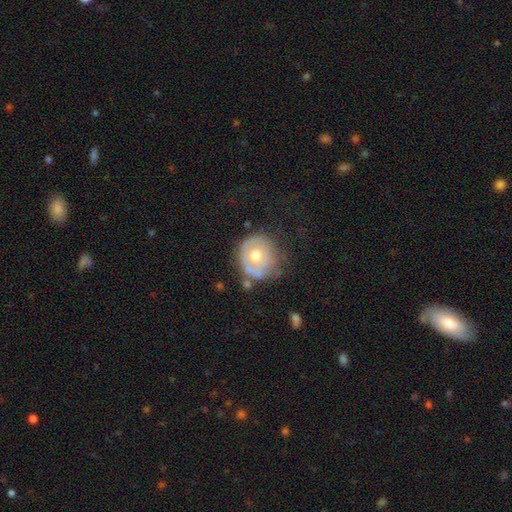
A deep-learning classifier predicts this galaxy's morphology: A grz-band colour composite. It shows a featured or disk galaxy (50%). Merging: none (53%).